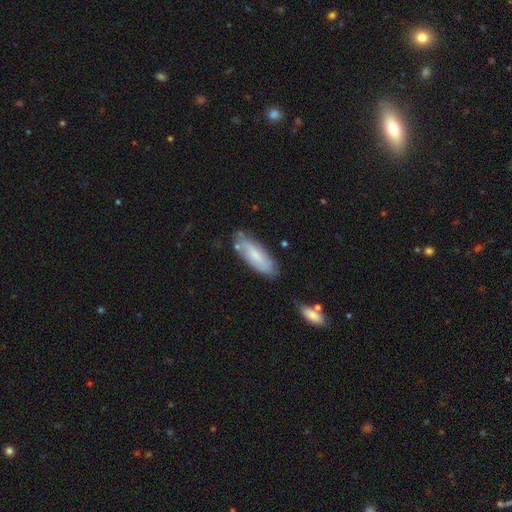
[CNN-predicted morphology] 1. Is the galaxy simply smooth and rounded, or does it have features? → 65% smooth, 29% featured or disk, 6% star or artifact.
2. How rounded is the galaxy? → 60% in between, 38% cigar-shaped, 1% round.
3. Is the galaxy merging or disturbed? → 71% none, 21% minor disturbance, 4% major disturbance, 4% merger.